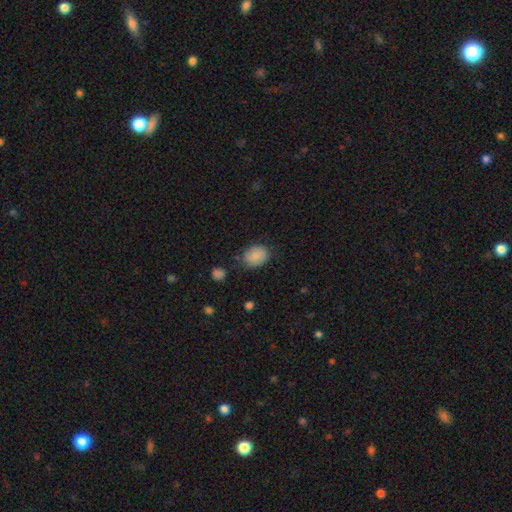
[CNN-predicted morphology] Smooth or featured: smooth — 84% (star or artifact — 8%)
How rounded: in between — 51% (round — 49%)
Merging: none — 71% (minor disturbance — 21%)